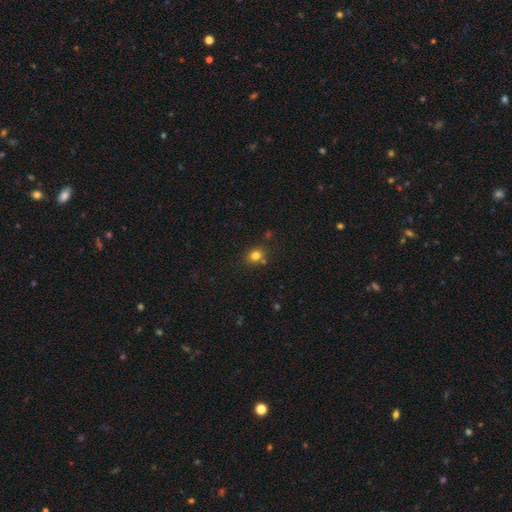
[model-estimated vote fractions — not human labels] Smooth or featured? Predicted: smooth (p=0.79). How rounded? Predicted: round (p=0.67). Merging? Predicted: none (p=0.74).